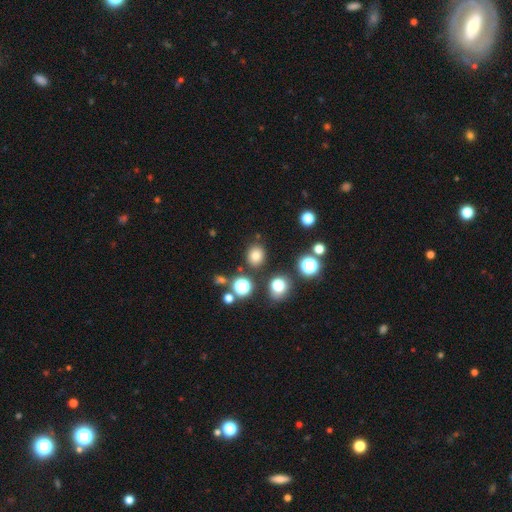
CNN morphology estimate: Q: Smooth or featured?
A: smooth (77%); runner-up: star or artifact (17%)
Q: How rounded?
A: round (74%); runner-up: in between (25%)
Q: Merging?
A: none (84%); runner-up: minor disturbance (8%)